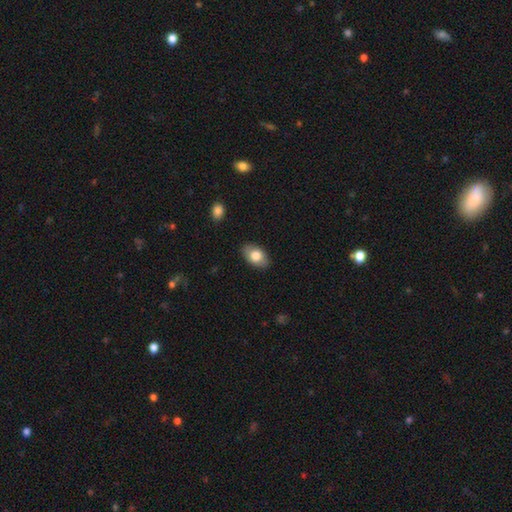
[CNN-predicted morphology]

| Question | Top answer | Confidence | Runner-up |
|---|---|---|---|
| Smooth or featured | smooth | 80% | featured or disk (14%) |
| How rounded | in between | 90% | round (9%) |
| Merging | none | 86% | minor disturbance (10%) |